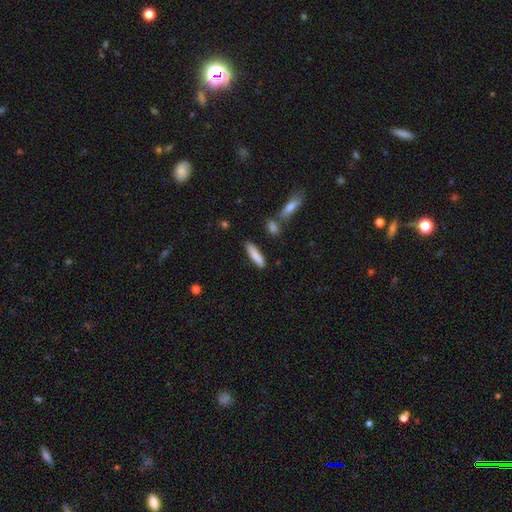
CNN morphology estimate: A smooth galaxy with no disk features (83%) that is cigar-shaped (78%).

Vote fractions:
- Smooth or featured? smooth: 83% / featured or disk: 11% / star or artifact: 6%
- How rounded? cigar-shaped: 78% / in between: 21% / round: 1%
- Merging? none: 82% / minor disturbance: 11% / merger: 4% / major disturbance: 3%